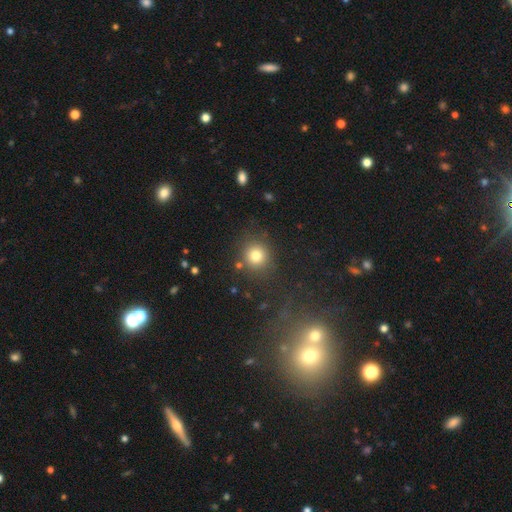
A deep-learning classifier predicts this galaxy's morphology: This appears to be a smooth galaxy with no disk features (79%) that is round (90%). Merging: none (81%).